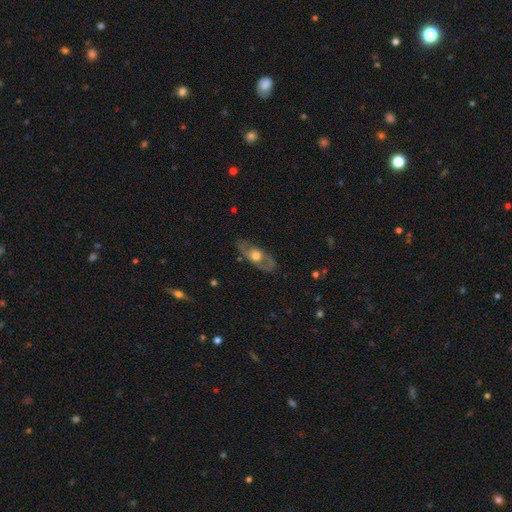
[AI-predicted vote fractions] This appears to be a featured or disk galaxy (61%). Merging: none (77%).